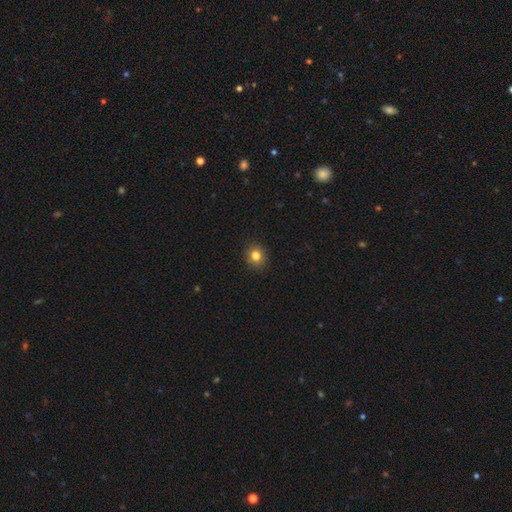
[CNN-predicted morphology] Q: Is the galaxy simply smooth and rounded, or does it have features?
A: smooth — 81%.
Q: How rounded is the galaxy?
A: round — 80%.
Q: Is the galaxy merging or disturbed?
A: none — 90%.